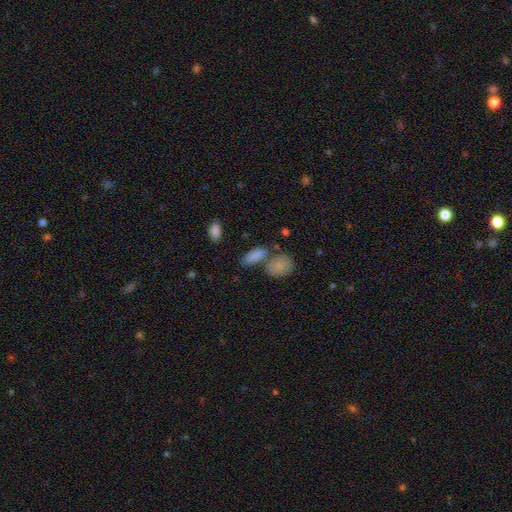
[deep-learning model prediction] Smooth or featured? smooth (85%)
How rounded? in between (83%)
Merging? none (61%)